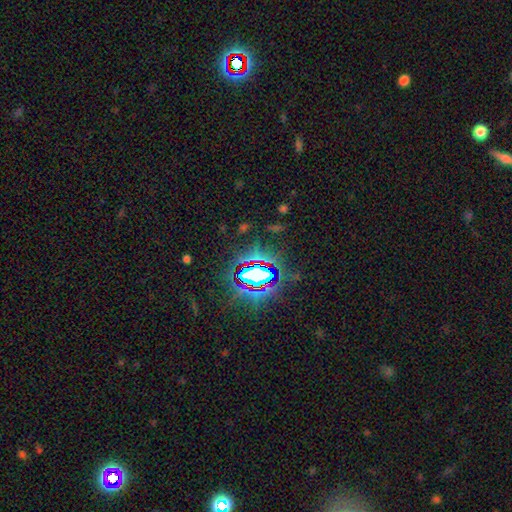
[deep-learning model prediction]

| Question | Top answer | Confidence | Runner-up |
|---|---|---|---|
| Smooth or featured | star or artifact | 80% | smooth (10%) |